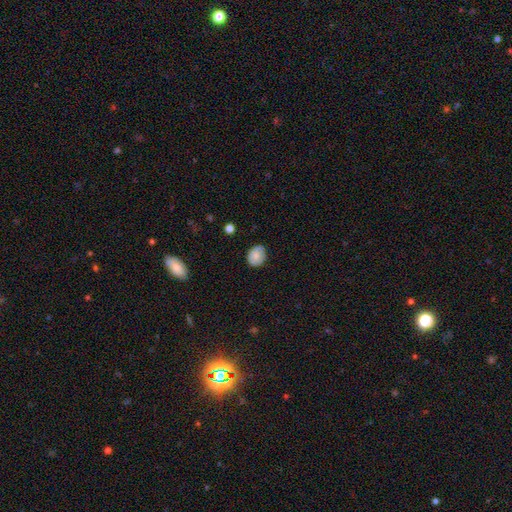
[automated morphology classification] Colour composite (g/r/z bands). It shows a smooth galaxy with no disk features (77%) that is in between round and cigar-shaped (59%). Merging: none (78%).